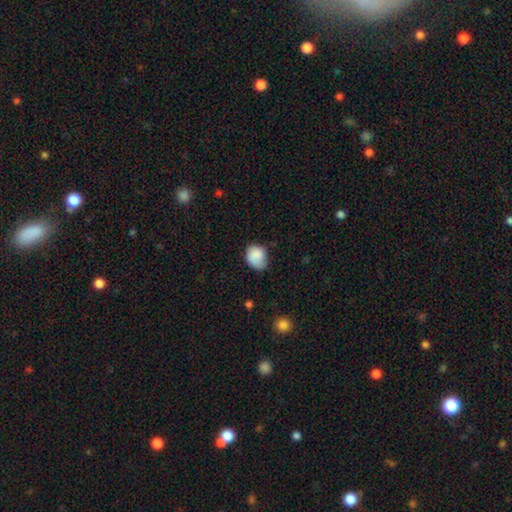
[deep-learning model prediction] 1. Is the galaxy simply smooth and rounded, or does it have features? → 85% smooth, 8% star or artifact, 7% featured or disk.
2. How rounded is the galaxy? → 58% round, 41% in between, 1% cigar-shaped.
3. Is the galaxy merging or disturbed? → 54% none, 35% minor disturbance, 9% major disturbance, 2% merger.